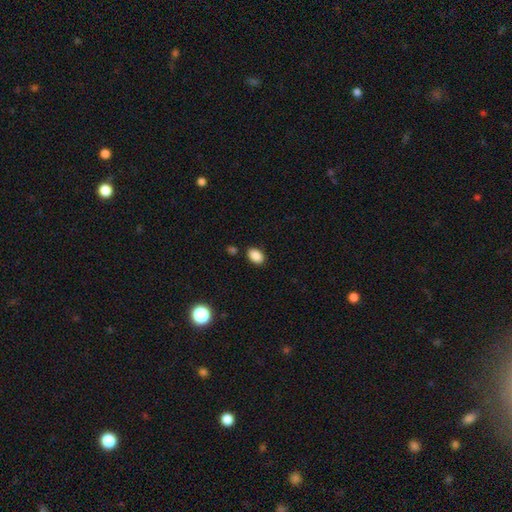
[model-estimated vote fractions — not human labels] A smooth galaxy with no disk features (88%) that is in between round and cigar-shaped (85%). Merging: none (84%).